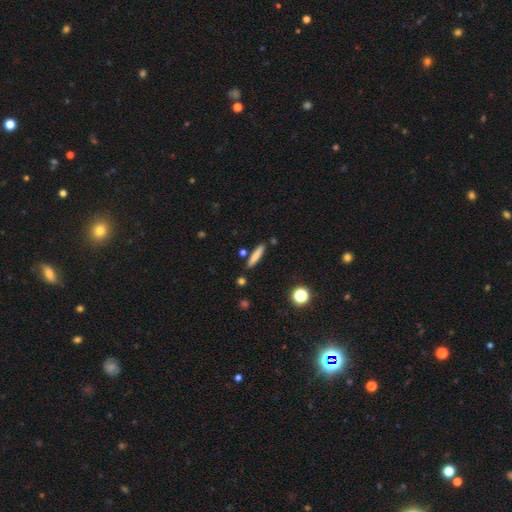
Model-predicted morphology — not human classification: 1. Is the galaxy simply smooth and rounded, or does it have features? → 77% smooth, 15% featured or disk, 8% star or artifact.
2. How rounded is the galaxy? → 88% cigar-shaped, 10% in between, 2% round.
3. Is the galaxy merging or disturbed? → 86% none, 8% minor disturbance, 4% merger, 2% major disturbance.